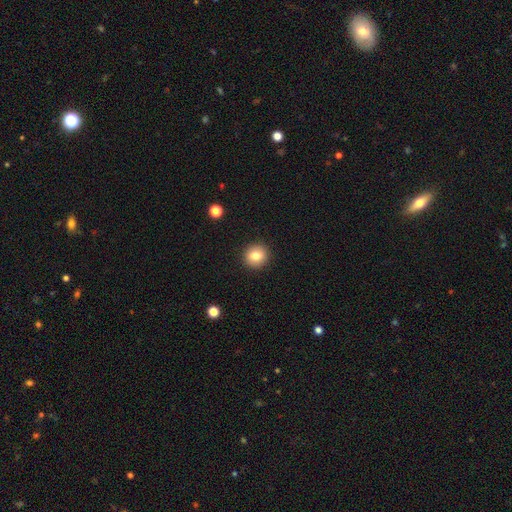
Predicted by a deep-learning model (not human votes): Smooth or featured? smooth (80%)
How rounded? round (91%)
Merging? none (92%)